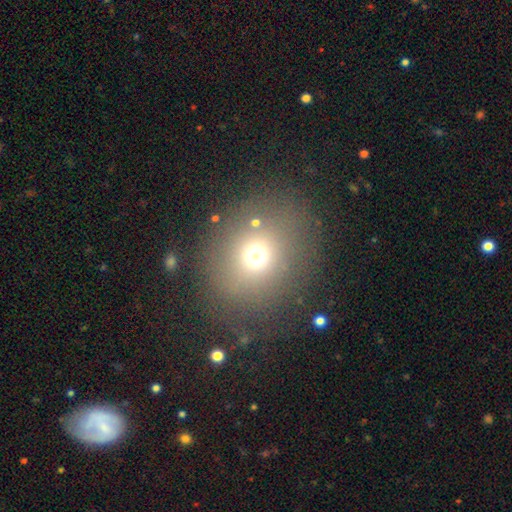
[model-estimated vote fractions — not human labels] Smooth or featured: smooth — 68% (star or artifact — 21%)
How rounded: round — 77% (in between — 22%)
Merging: none — 76% (minor disturbance — 11%)